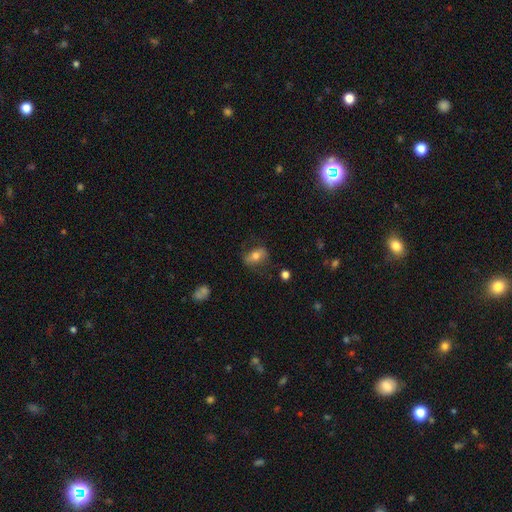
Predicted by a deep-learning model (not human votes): This is likely a smooth galaxy (62%). How rounded: likely in between (77%). Merging: likely none (71%).